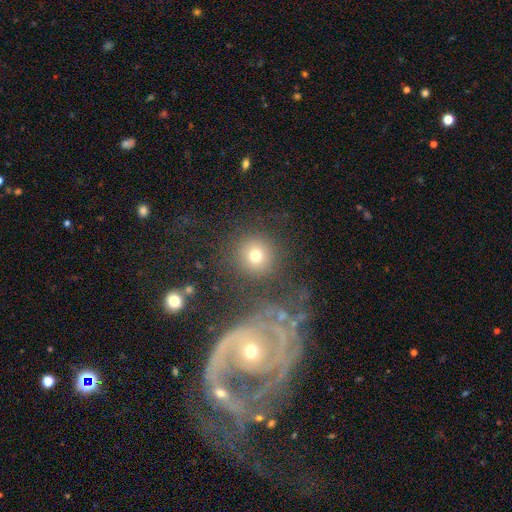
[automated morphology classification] A smooth galaxy with no disk features (72%) that is round (92%). Merging: none (77%).